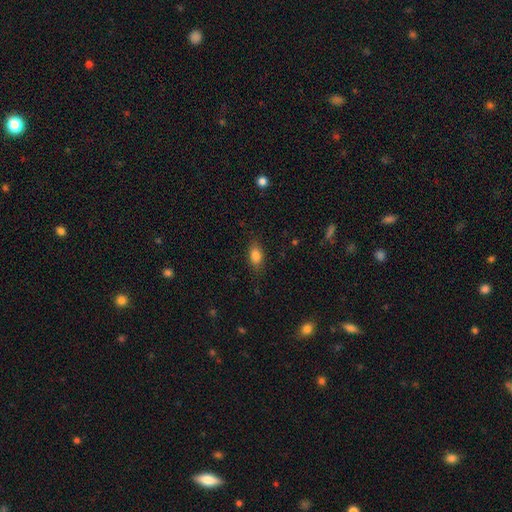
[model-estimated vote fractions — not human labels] smooth-or-featured: smooth: 83% | star or artifact: 9% | featured or disk: 8%
  how-rounded: in between: 83% | round: 13% | cigar-shaped: 5%
  merging: none: 82% | minor disturbance: 13% | major disturbance: 4% | merger: 1%